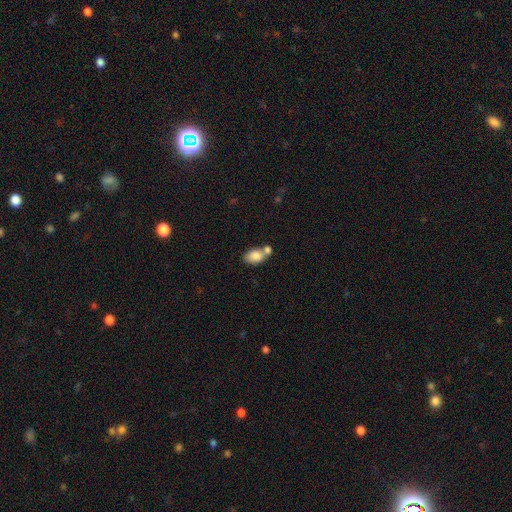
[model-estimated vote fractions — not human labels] smooth 83%, featured or disk 10%, star or artifact 8%. Down the decision tree: how rounded — in between (87%); merging — merger (45%).